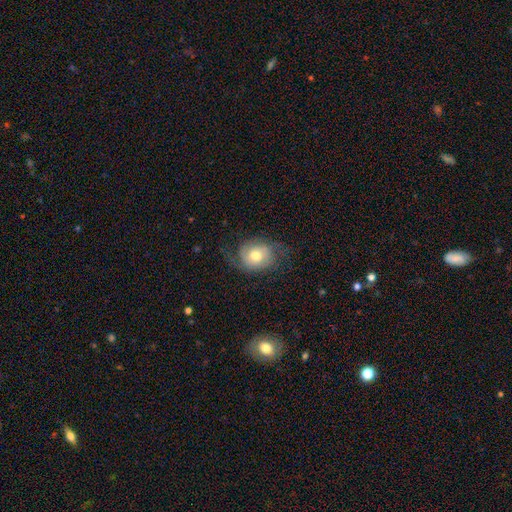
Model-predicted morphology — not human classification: Q: Smooth or featured?
A: smooth (50%); runner-up: featured or disk (42%)
Q: How rounded?
A: round (61%); runner-up: in between (38%)
Q: Merging?
A: none (60%); runner-up: minor disturbance (23%)